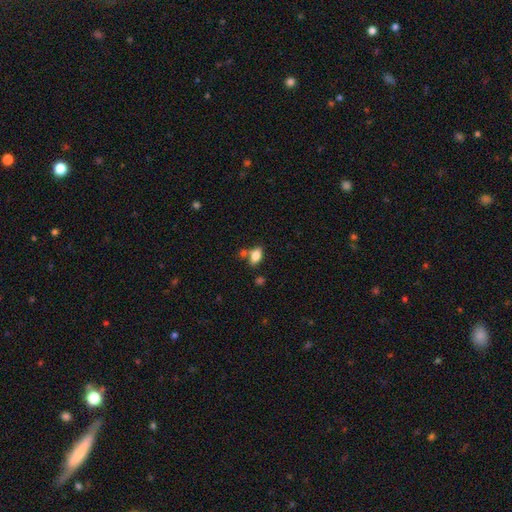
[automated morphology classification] Smooth or featured? smooth (80%)
How rounded? in between (88%)
Merging? none (64%)